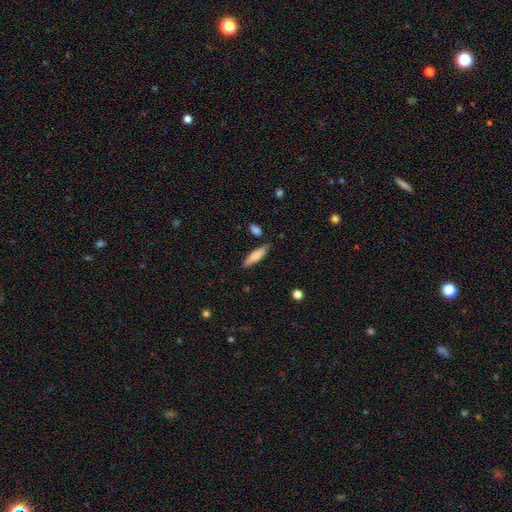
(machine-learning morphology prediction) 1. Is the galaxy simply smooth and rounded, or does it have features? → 73% smooth, 21% featured or disk, 6% star or artifact.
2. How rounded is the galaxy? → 60% cigar-shaped, 38% in between, 2% round.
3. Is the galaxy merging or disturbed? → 79% none, 14% minor disturbance, 4% merger, 3% major disturbance.